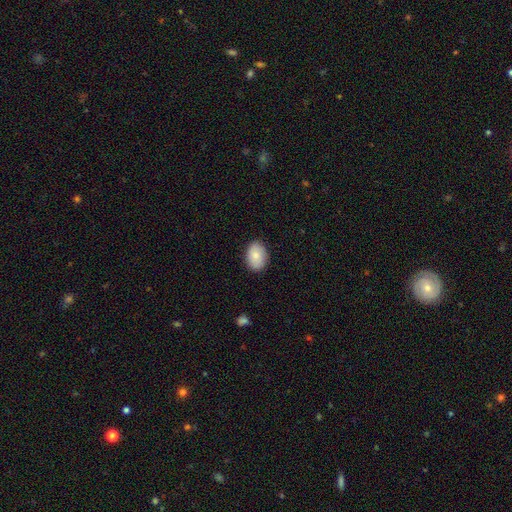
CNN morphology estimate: type=smooth (83%); roundness=in between (82%); merging=none (86%).